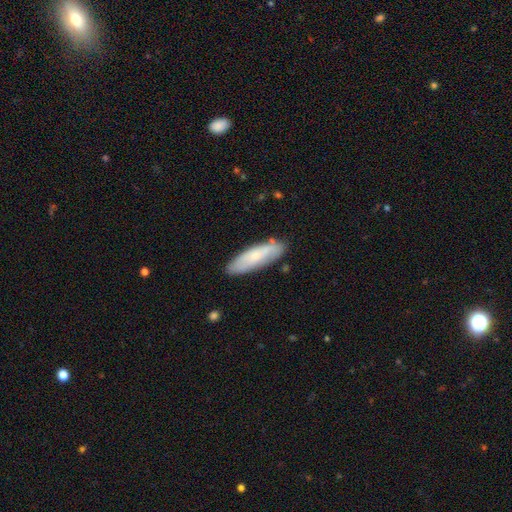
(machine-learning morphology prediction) Overall: smooth (66%; featured or disk 28%). How rounded: cigar-shaped (51%; in between 47%). Merging: none (80%).